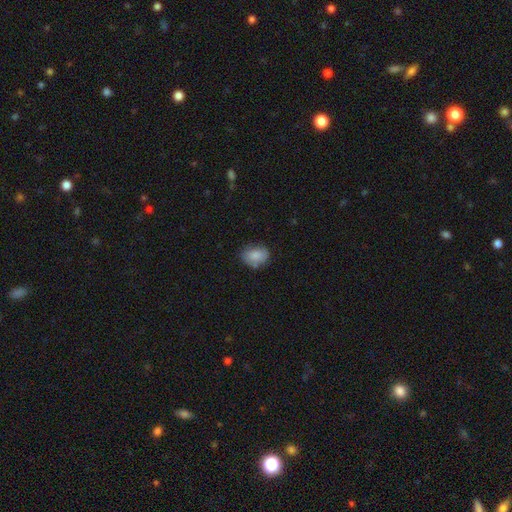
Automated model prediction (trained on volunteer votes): This is clearly a smooth galaxy (84%). How rounded: likely in between (68%). Merging: likely none (68%).